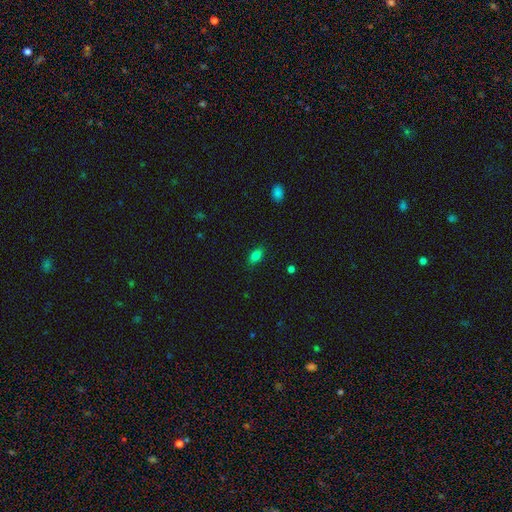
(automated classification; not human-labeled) The model was most divided on "smooth or featured": smooth: 80%, star or artifact: 11%, featured or disk: 9%. More confident: how rounded — in between (85%); merging — none (85%).